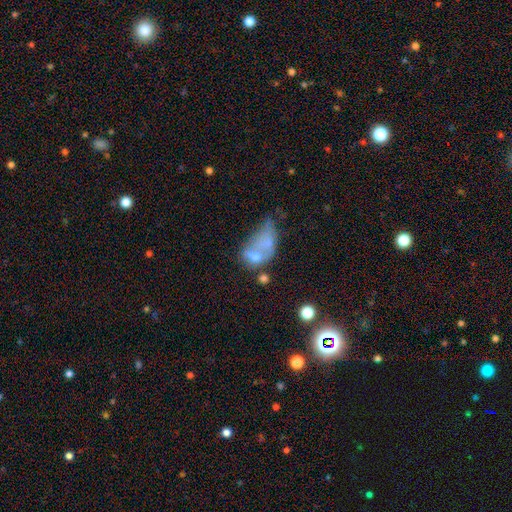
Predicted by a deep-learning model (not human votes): The model was most divided on "smooth or featured": smooth: 44%, featured or disk: 37%, star or artifact: 19%. Remaining: merging — merger (40%).